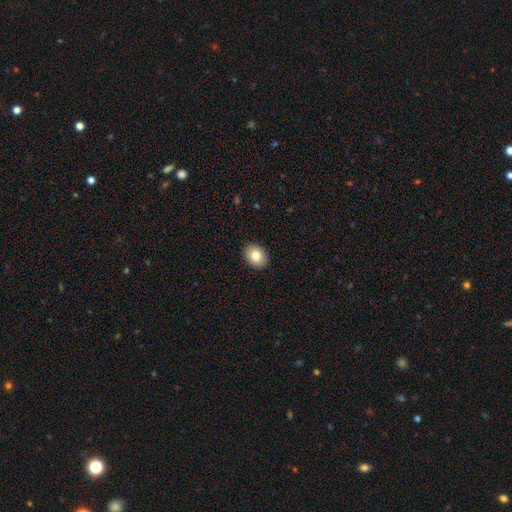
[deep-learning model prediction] Smooth or featured: smooth — 82% (featured or disk — 9%)
How rounded: in between — 60% (round — 39%)
Merging: none — 90% (minor disturbance — 7%)